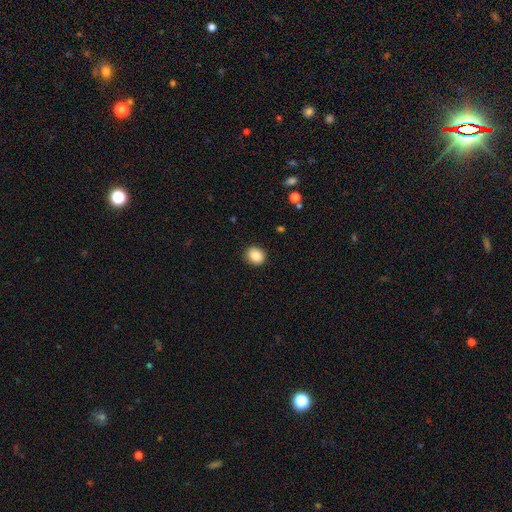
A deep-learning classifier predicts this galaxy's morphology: type=smooth (87%); roundness=round (73%); merging=none (90%).